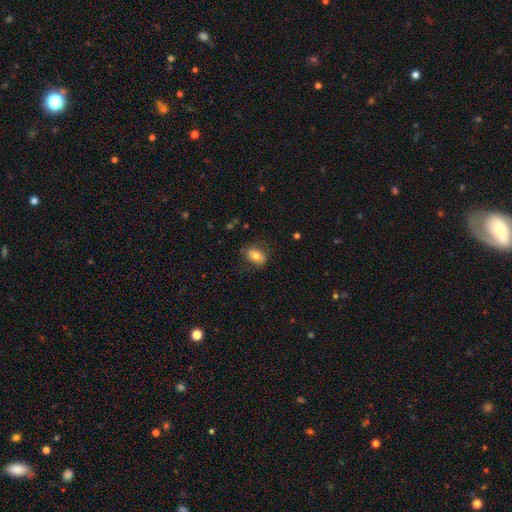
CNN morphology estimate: smooth-or-featured: smooth: 73% | featured or disk: 18% | star or artifact: 9%
  how-rounded: in between: 82% | round: 17% | cigar-shaped: 2%
  merging: none: 77% | minor disturbance: 16% | major disturbance: 5% | merger: 1%